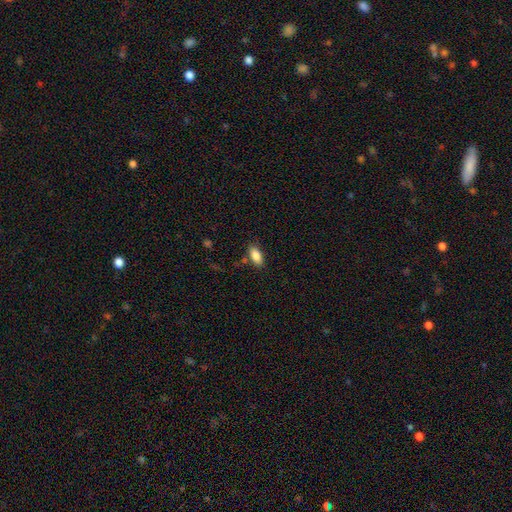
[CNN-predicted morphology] A smooth galaxy with no disk features (86%) that is in between round and cigar-shaped (90%). Merging: none (78%).